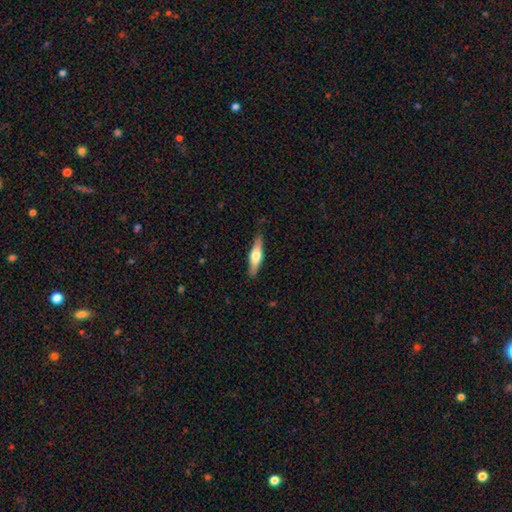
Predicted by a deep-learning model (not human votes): Smooth or featured? Predicted: smooth (p=0.48). Merging? Predicted: none (p=0.86).